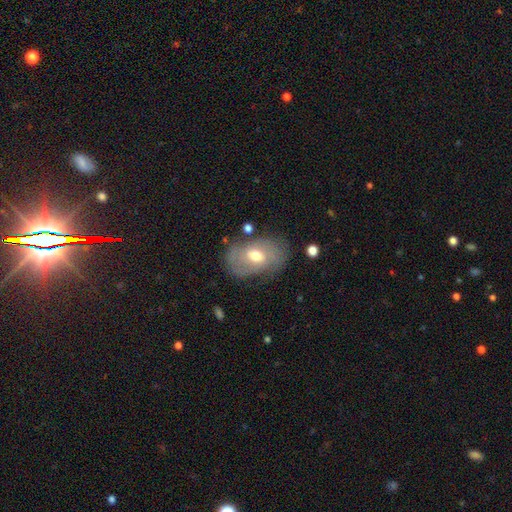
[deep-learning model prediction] This appears to be a featured or disk galaxy (53%). Merging: none (68%).